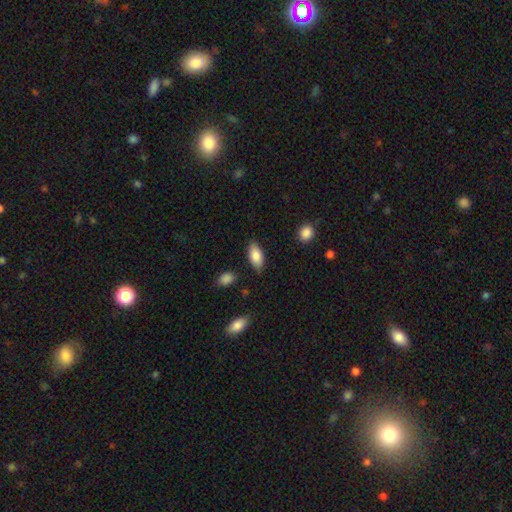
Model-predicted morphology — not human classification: smooth 84%, featured or disk 9%, star or artifact 7%. Down the decision tree: how rounded — in between (92%); merging — none (84%).